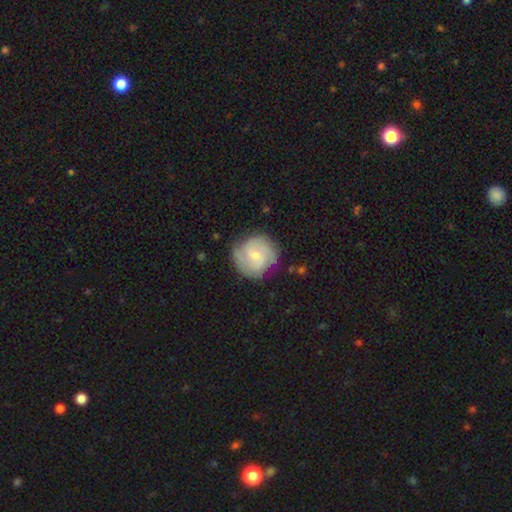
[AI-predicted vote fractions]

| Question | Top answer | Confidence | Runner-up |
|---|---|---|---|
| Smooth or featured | featured or disk | 67% | smooth (27%) |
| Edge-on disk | no | 98% | yes (2%) |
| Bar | no | 50% | weak (43%) |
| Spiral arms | yes | 92% | no (8%) |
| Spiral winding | tight | 48% | medium (40%) |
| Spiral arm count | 2 | 53% | can't tell (20%) |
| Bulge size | small | 63% | moderate (32%) |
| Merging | none | 75% | minor disturbance (17%) |